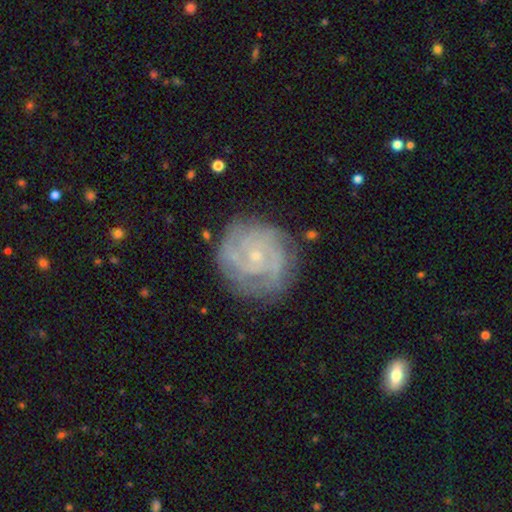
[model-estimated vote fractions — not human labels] Smooth or featured? Predicted: featured or disk (p=0.83). Edge-on disk? Predicted: no (p=0.98). Bar? Predicted: no (p=0.75). Spiral arms? Predicted: yes (p=0.96). Spiral winding? Predicted: tight (p=0.72). Spiral arm count? Predicted: 3 (p=0.26). Bulge size? Predicted: small (p=0.81). Merging? Predicted: none (p=0.79).